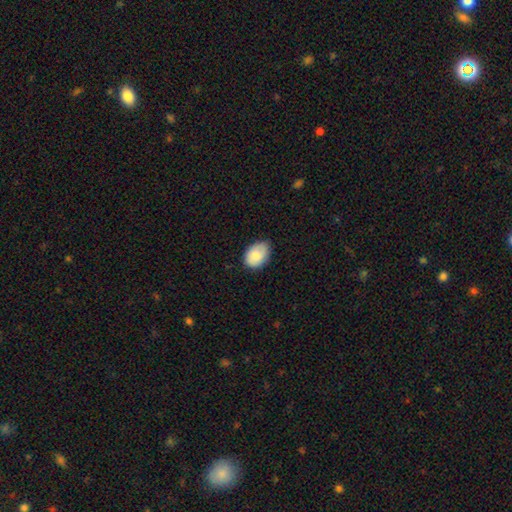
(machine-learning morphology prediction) Smooth or featured? smooth (82%)
How rounded? in between (80%)
Merging? none (69%)